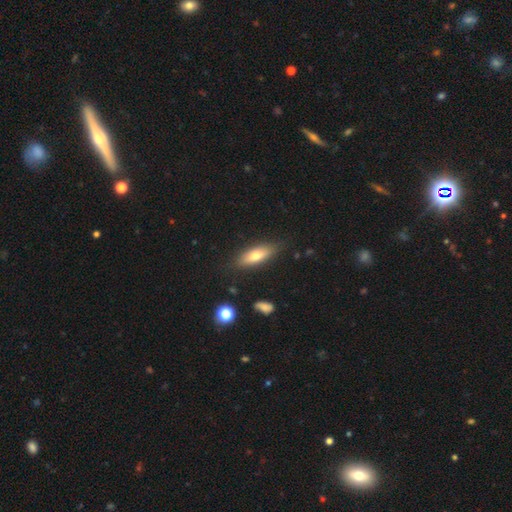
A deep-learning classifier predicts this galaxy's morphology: A smooth galaxy with no disk features (65%) that is in between round and cigar-shaped (56%). Merging: none (82%).